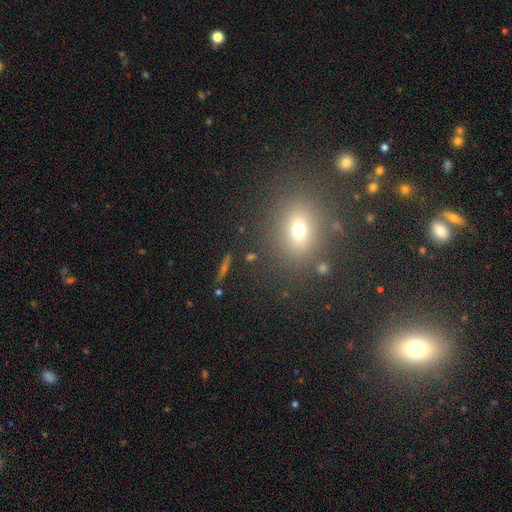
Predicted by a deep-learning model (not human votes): Q: Smooth or featured?
A: smooth (57%); runner-up: star or artifact (29%)
Q: How rounded?
A: in between (54%); runner-up: round (42%)
Q: Merging?
A: none (83%); runner-up: minor disturbance (9%)